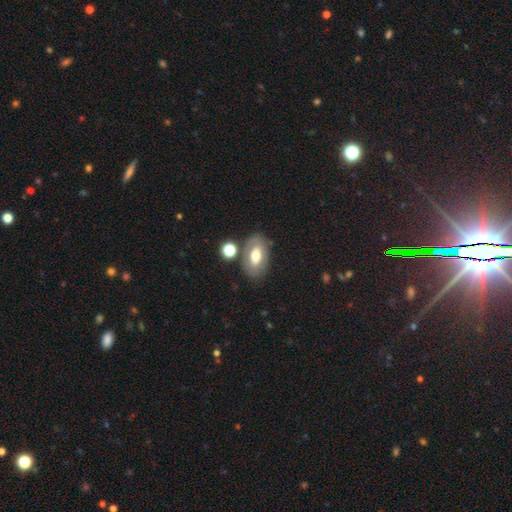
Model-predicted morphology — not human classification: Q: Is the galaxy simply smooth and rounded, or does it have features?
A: smooth — 56%.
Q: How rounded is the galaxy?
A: in between — 90%.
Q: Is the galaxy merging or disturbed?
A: none — 68%.